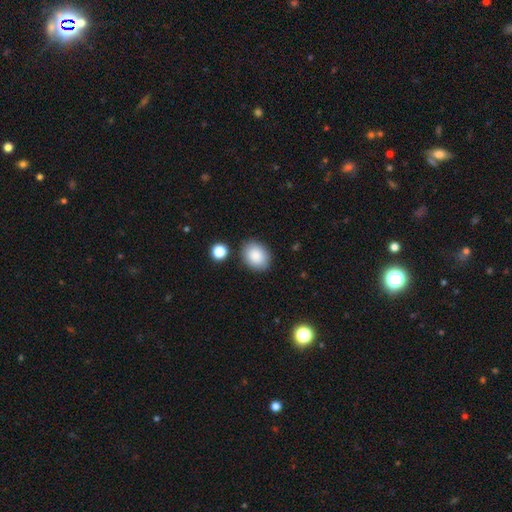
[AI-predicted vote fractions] Q: Smooth or featured?
A: smooth (88%); runner-up: star or artifact (7%)
Q: How rounded?
A: in between (60%); runner-up: round (39%)
Q: Merging?
A: none (83%); runner-up: minor disturbance (10%)